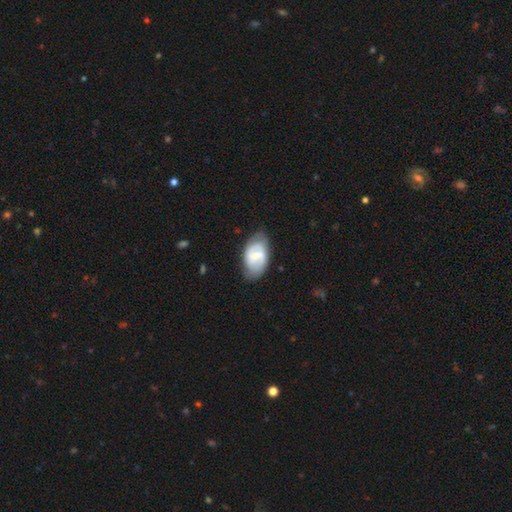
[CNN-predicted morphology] featured or disk 60%, smooth 34%, star or artifact 6%. Down the decision tree: edge-on disk — no (96%); bar — weak (51%); spiral arms — yes (71%); bulge size — small (52%); merging — none (72%).